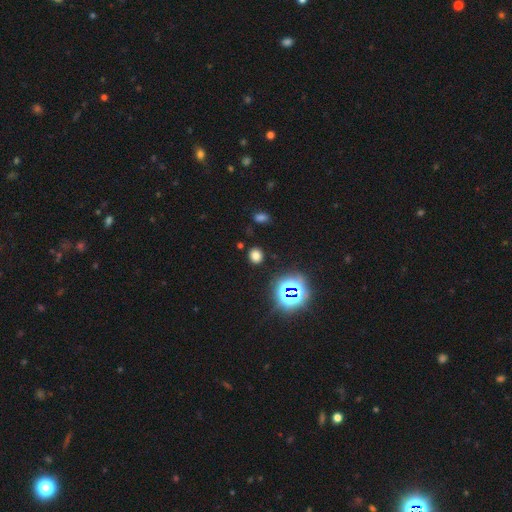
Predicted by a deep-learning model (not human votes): Morphology: type=smooth (69%); roundness=round (66%); merging=none (86%).